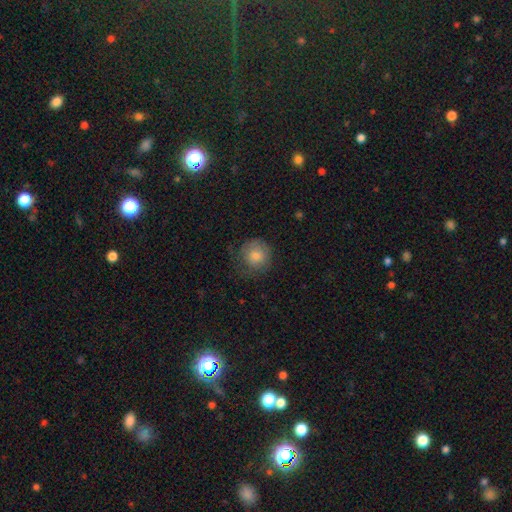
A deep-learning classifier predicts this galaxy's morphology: A smooth galaxy with no disk features (74%) that is round (92%).

Vote fractions:
- Smooth or featured? smooth: 74% / featured or disk: 16% / star or artifact: 10%
- How rounded? round: 92% / in between: 7% / cigar-shaped: 1%
- Merging? none: 69% / minor disturbance: 21% / major disturbance: 10% / merger: 1%